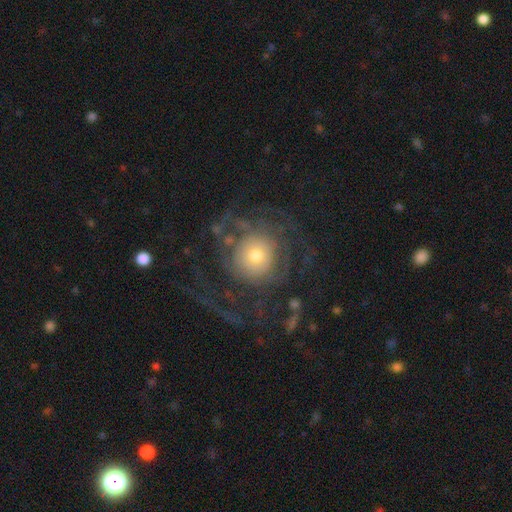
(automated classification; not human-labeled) This appears to be a featured or disk galaxy (66%) with no bar (85%), spiral arms (72%) and a moderate central bulge (45%). Merging: none (59%).